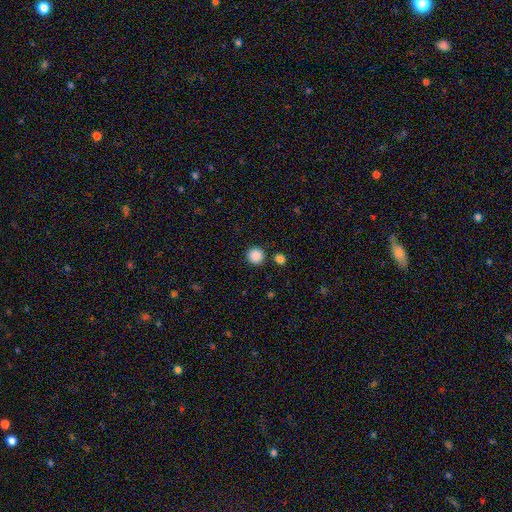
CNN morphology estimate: The model was most divided on "smooth or featured": smooth: 88%, star or artifact: 10%, featured or disk: 3%. More confident: how rounded — round (95%); merging — none (87%).